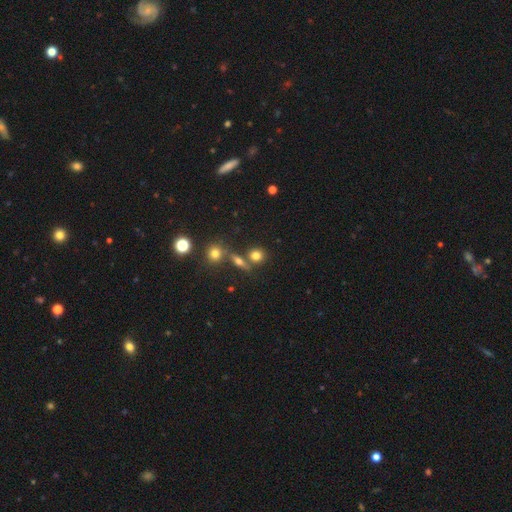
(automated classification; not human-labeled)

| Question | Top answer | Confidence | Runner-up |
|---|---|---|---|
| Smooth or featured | smooth | 74% | star or artifact (15%) |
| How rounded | round | 81% | in between (17%) |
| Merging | none | 65% | merger (21%) |